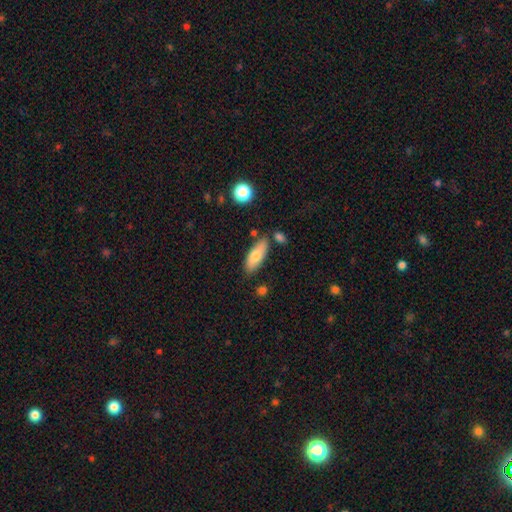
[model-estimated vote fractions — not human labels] smooth_or_featured: smooth (p=0.74) [alt: featured or disk p=0.20]
how_rounded: in between (p=0.76) [alt: cigar-shaped p=0.21]
merging: none (p=0.78) [alt: minor disturbance p=0.14]